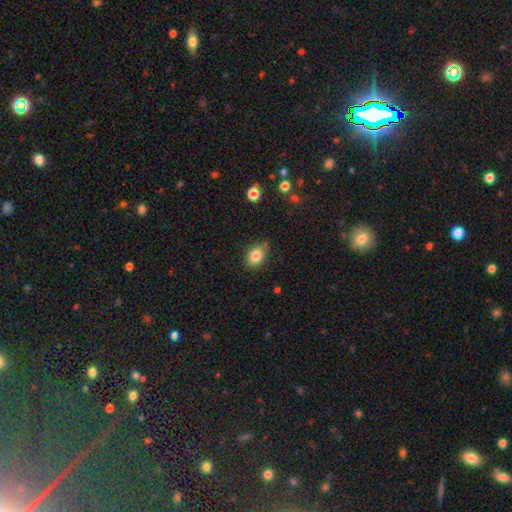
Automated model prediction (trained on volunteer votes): Smooth or featured? smooth (83%)
How rounded? in between (77%)
Merging? none (75%)